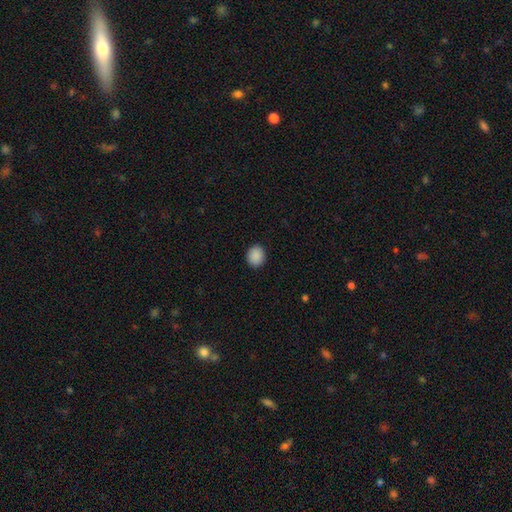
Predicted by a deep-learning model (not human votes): smooth-or-featured: smooth: 90% | star or artifact: 8% | featured or disk: 2%
  how-rounded: round: 71% | in between: 28% | cigar-shaped: 1%
  merging: none: 91% | minor disturbance: 7% | major disturbance: 2% | merger: 1%